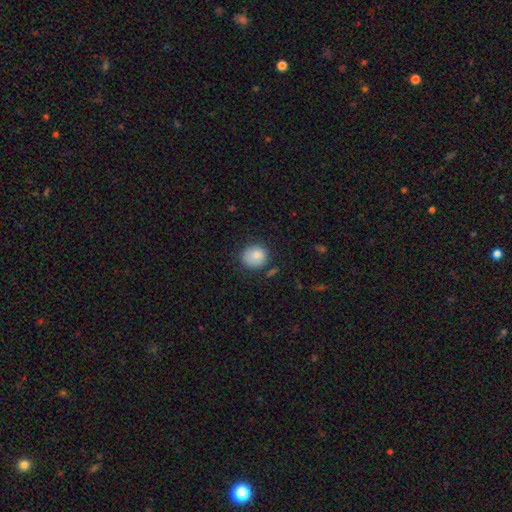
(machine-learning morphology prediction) This is clearly a smooth galaxy (84%). How rounded: likely round (77%). Merging: likely none (71%).